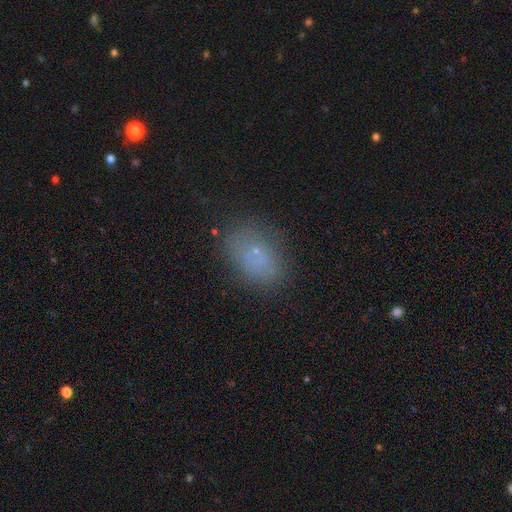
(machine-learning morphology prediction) This appears to be a smooth galaxy with no disk features (68%) that is in between round and cigar-shaped (79%). Merging: none (78%).